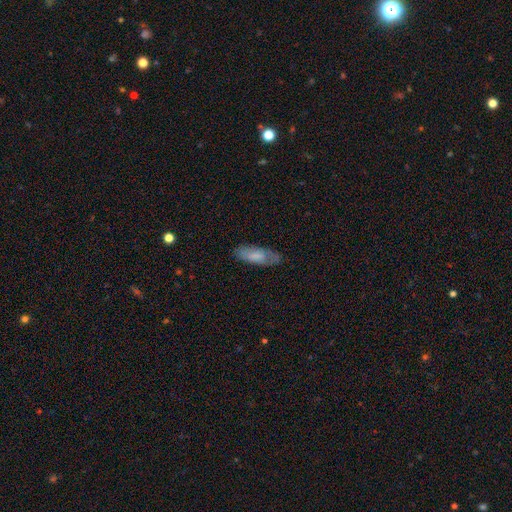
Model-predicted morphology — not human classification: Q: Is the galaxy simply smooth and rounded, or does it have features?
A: smooth — 68%.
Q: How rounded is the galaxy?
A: in between — 66%.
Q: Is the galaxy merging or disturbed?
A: none — 69%.